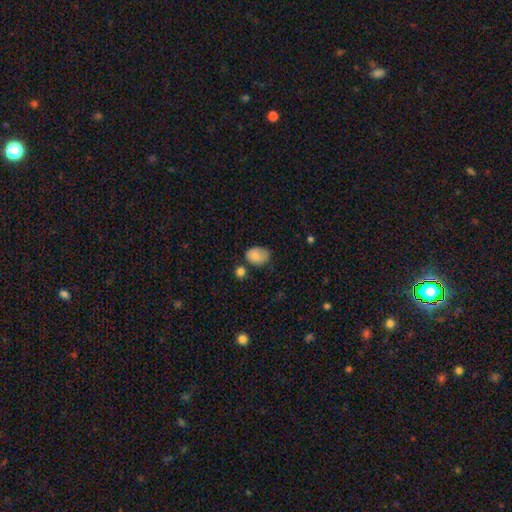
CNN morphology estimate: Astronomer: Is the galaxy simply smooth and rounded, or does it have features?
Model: smooth — 82%.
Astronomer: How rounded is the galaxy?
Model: in between — 70%.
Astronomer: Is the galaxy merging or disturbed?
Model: none — 51% (runner-up: minor disturbance, 33%).